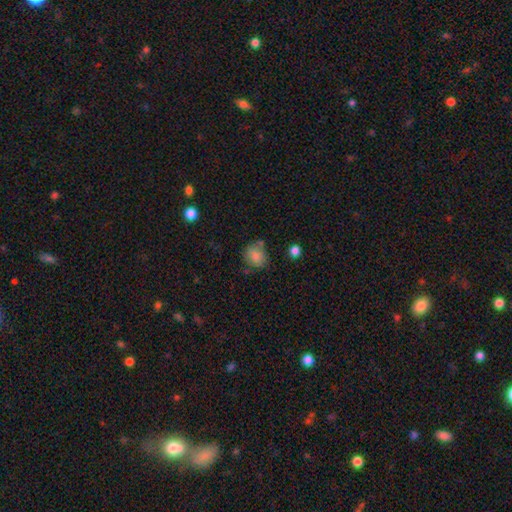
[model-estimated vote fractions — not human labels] Morphology: type=smooth (82%); roundness=round (73%); merging=none (65%).